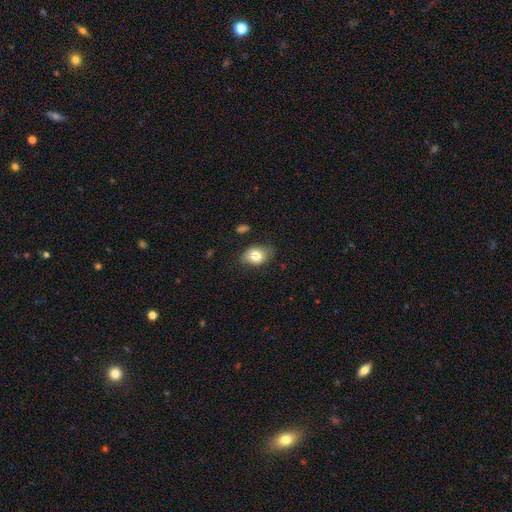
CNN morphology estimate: Smooth or featured? Predicted: smooth (p=0.79). How rounded? Predicted: in between (p=0.81). Merging? Predicted: none (p=0.76).